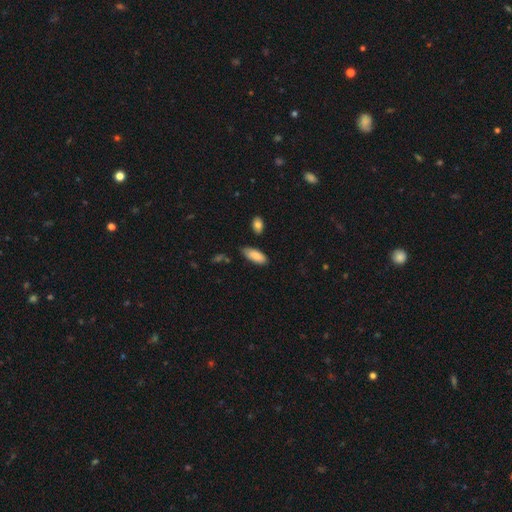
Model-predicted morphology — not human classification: A smooth galaxy with no disk features (85%) that is in between round and cigar-shaped (84%). Merging: none (71%).